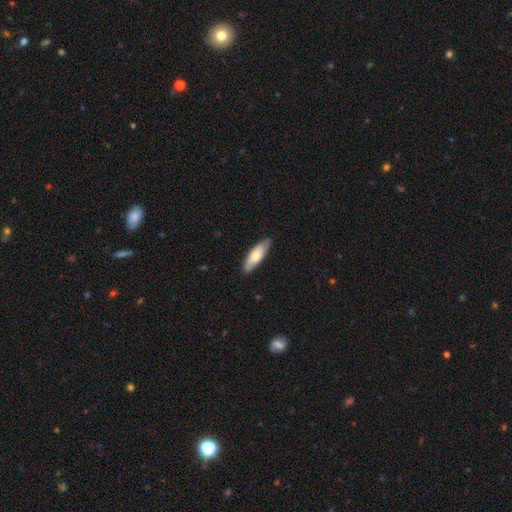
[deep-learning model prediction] Smooth or featured?
  - smooth: 67% *
  - featured or disk: 28%
  - star or artifact: 5%
How rounded?
  - in between: 53% *
  - cigar-shaped: 45%
  - round: 2%
Merging?
  - none: 83% *
  - minor disturbance: 14%
  - major disturbance: 2%
  - merger: 1%